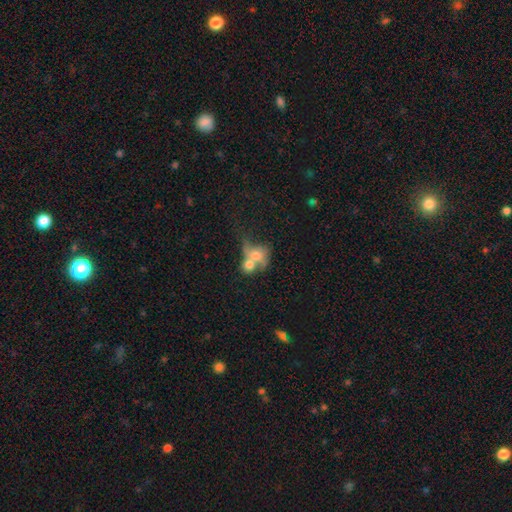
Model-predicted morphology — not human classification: smooth 61%, featured or disk 30%, star or artifact 10%. Down the decision tree: how rounded — round (57%); merging — merger (73%).